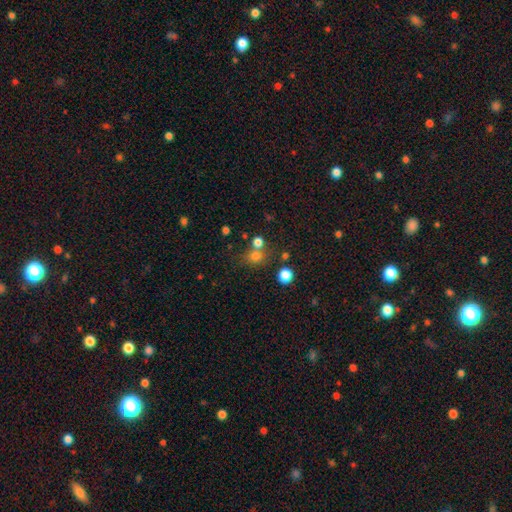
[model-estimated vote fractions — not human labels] Smooth or featured? Predicted: smooth (p=0.72). How rounded? Predicted: round (p=0.77). Merging? Predicted: none (p=0.58).